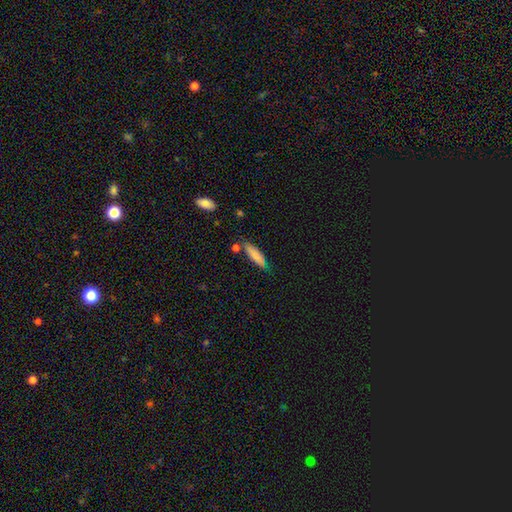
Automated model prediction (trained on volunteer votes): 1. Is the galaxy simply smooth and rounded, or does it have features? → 79% smooth, 14% featured or disk, 6% star or artifact.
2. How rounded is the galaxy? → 65% cigar-shaped, 33% in between, 2% round.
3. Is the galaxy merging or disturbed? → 75% none, 16% minor disturbance, 6% merger, 3% major disturbance.